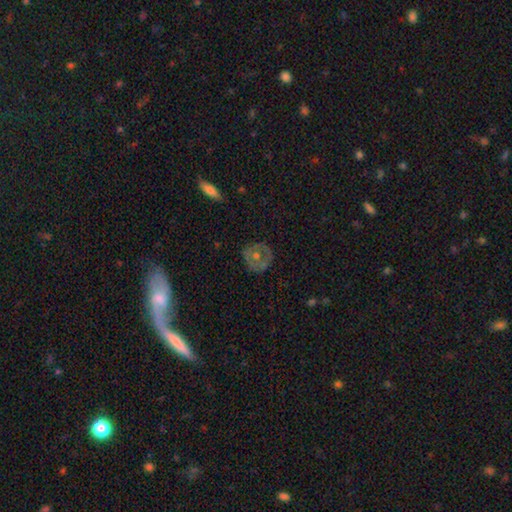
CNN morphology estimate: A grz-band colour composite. It shows a featured or disk galaxy (49%). Merging: none (76%).